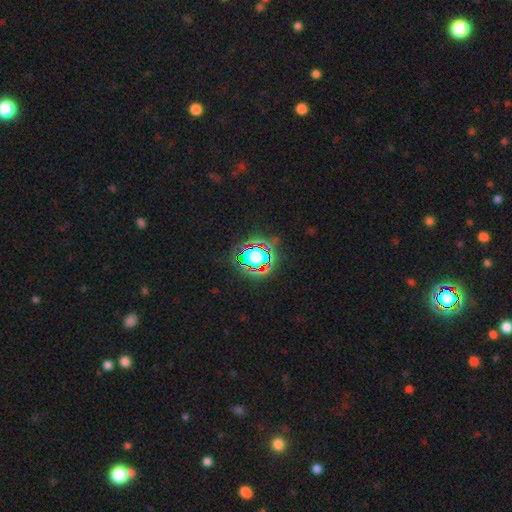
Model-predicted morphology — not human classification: smooth-or-featured: star or artifact: 60% | smooth: 25% | featured or disk: 15%